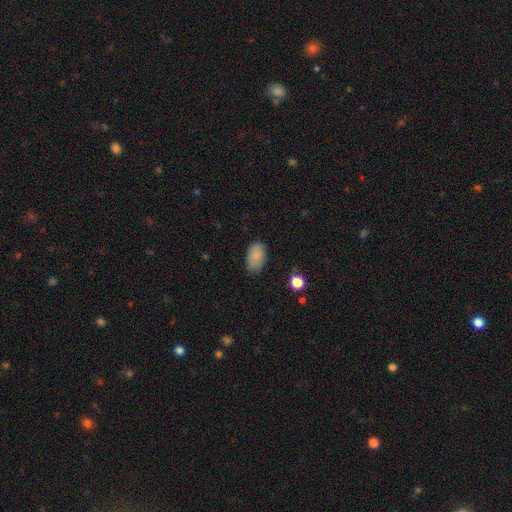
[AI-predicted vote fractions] Smooth or featured?
  - smooth: 86% *
  - star or artifact: 8%
  - featured or disk: 7%
How rounded?
  - in between: 92% *
  - round: 6%
  - cigar-shaped: 1%
Merging?
  - none: 79% *
  - minor disturbance: 16%
  - major disturbance: 3%
  - merger: 1%